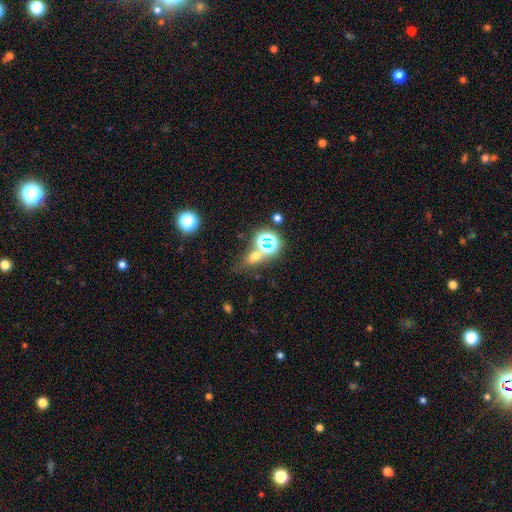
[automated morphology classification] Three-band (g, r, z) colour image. It shows a smooth galaxy with no disk features (50%) that is round (52%). Merging: none (60%).